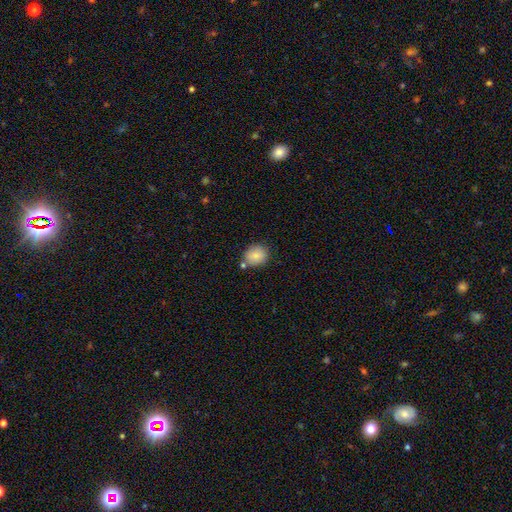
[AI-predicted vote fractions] Smooth or featured? Predicted: smooth (p=0.85). How rounded? Predicted: round (p=0.68). Merging? Predicted: none (p=0.71).